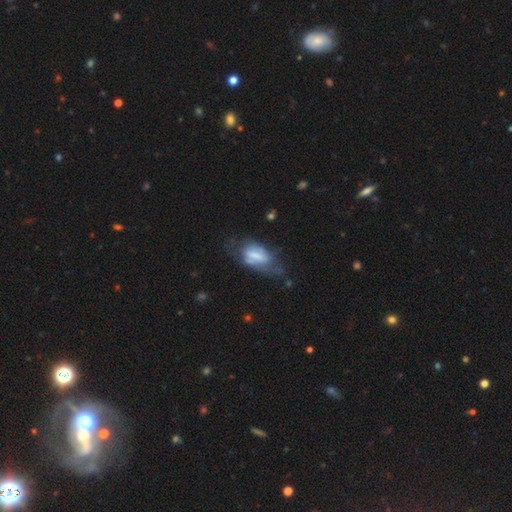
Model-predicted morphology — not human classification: The model was most divided on "smooth or featured": featured or disk: 47%, smooth: 45%, star or artifact: 8%. Remaining: merging — major disturbance (34%).